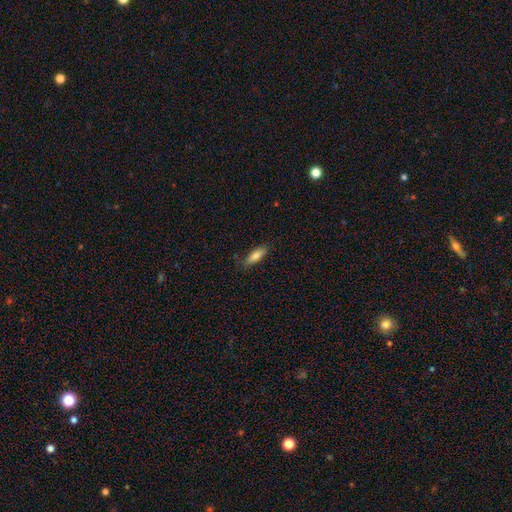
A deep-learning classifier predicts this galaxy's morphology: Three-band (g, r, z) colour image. It shows a smooth galaxy with no disk features (81%) that is in between round and cigar-shaped (56%). Merging: none (82%).